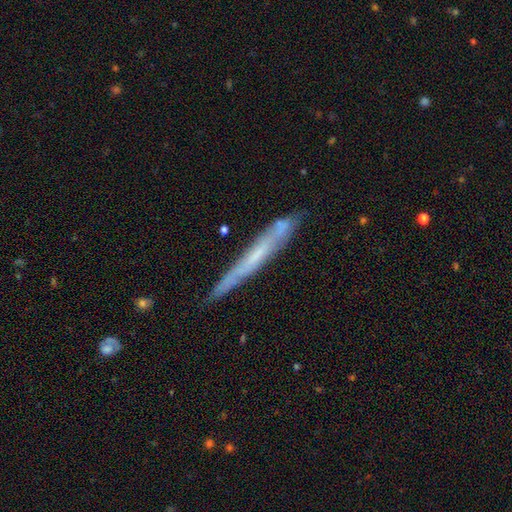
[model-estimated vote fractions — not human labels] A featured or disk galaxy (56%) viewed edge-on (88%). Merging: none (78%).